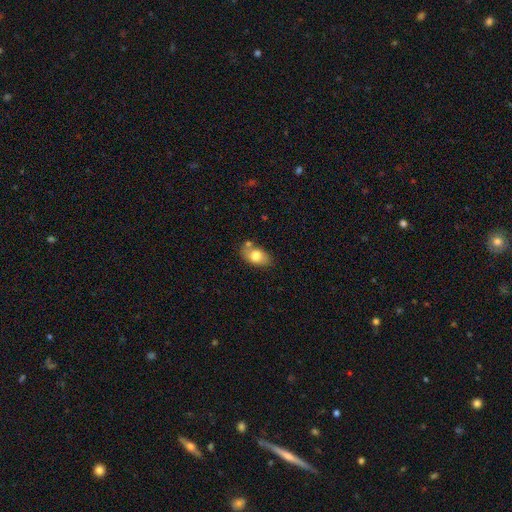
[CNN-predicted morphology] smooth-or-featured: smooth: 76% | featured or disk: 17% | star or artifact: 7%
  how-rounded: in between: 87% | round: 11% | cigar-shaped: 2%
  merging: none: 59% | minor disturbance: 21% | merger: 15% | major disturbance: 6%